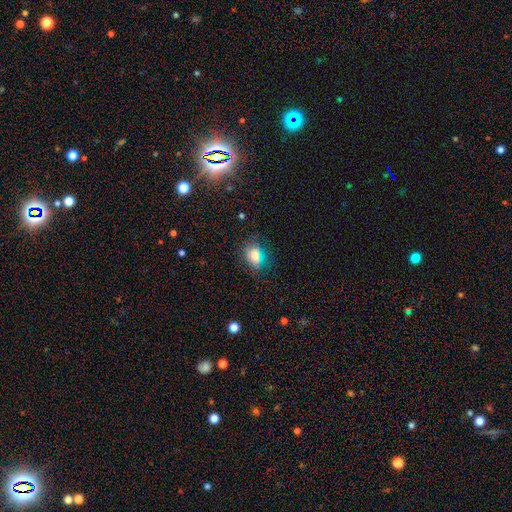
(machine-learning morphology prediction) This appears to be a smooth galaxy with no disk features (73%) that is in between round and cigar-shaped (63%). Merging: none (75%).